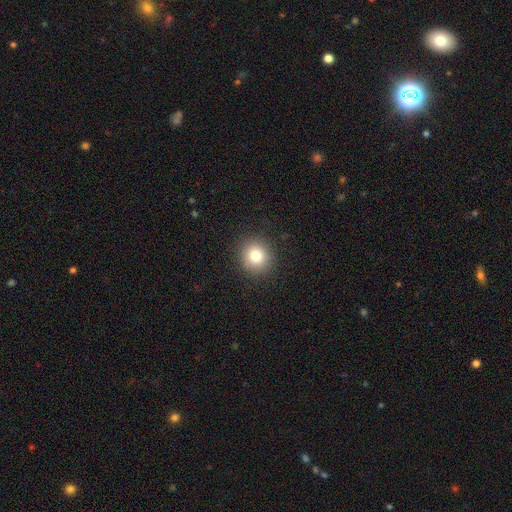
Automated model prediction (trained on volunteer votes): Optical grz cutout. It shows a smooth galaxy with no disk features (81%) that is round (89%). Merging: none (90%).